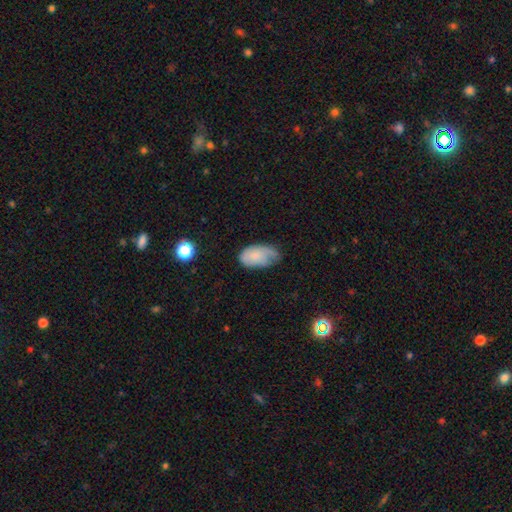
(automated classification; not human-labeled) smooth 70%, featured or disk 22%, star or artifact 8%. Down the decision tree: how rounded — in between (93%); merging — none (44%).